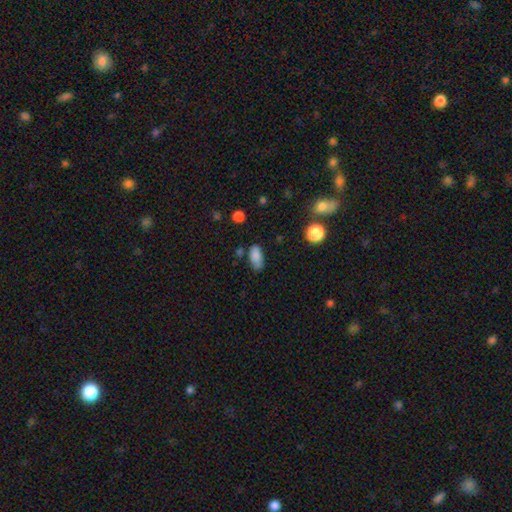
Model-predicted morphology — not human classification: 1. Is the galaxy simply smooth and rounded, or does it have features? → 84% smooth, 9% star or artifact, 7% featured or disk.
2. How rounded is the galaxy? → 90% in between, 5% cigar-shaped, 4% round.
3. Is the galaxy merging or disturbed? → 68% none, 23% minor disturbance, 5% major disturbance, 4% merger.